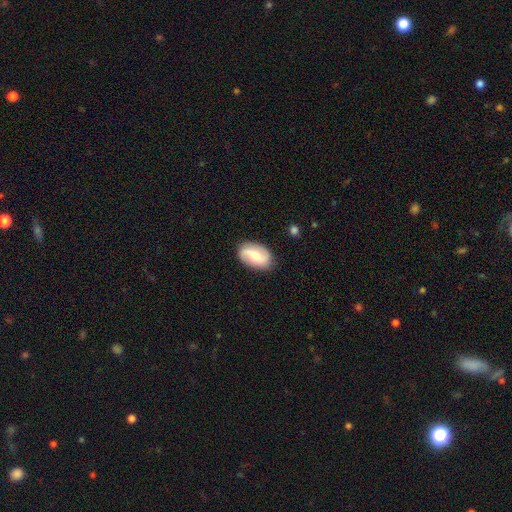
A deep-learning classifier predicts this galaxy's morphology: featured or disk 58%, smooth 35%, star or artifact 6%. Down the decision tree: edge-on disk — no (95%); bar — weak (46%); spiral arms — yes (87%); bulge size — moderate (59%); merging — none (83%).